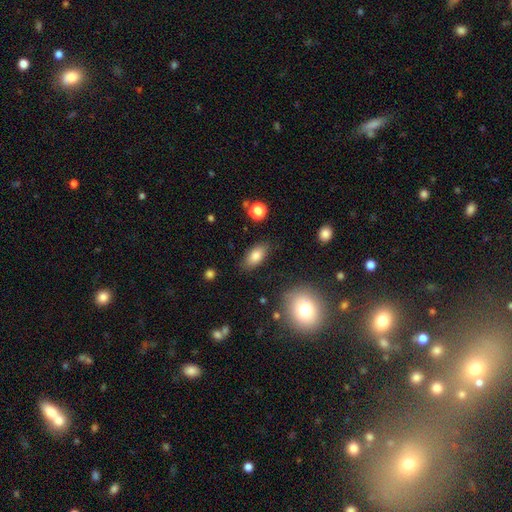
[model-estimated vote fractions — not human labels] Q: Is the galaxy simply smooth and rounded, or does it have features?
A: smooth — 81%.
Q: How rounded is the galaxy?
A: in between — 88%.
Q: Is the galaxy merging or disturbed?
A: none — 84%.